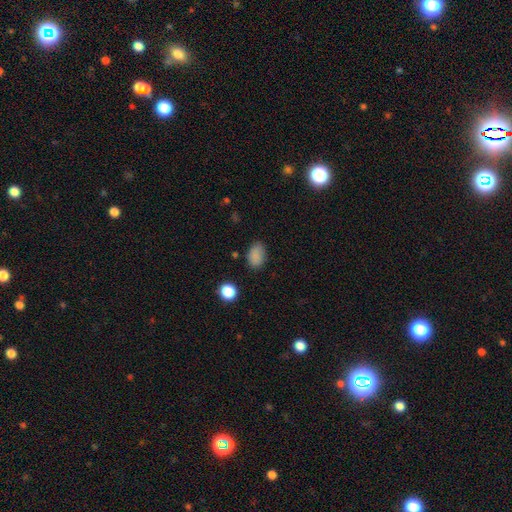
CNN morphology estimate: Smooth or featured? smooth (84%)
How rounded? in between (83%)
Merging? none (76%)